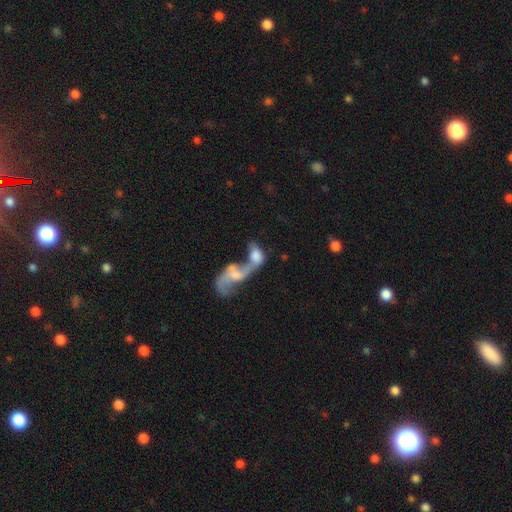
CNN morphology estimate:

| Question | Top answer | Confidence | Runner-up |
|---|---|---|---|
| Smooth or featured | featured or disk | 46% | smooth (45%) |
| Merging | merger | 76% | major disturbance (10%) |